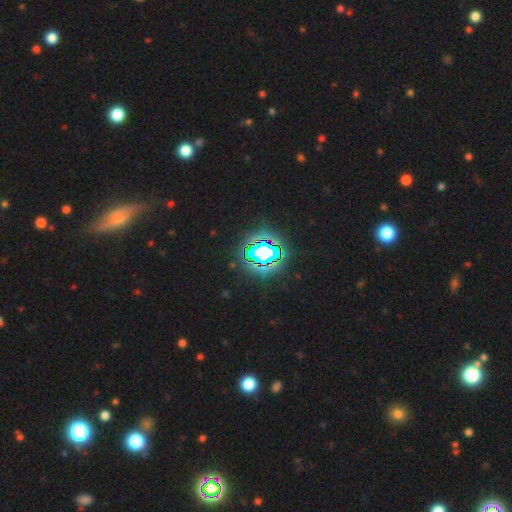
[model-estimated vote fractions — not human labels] The model was most divided on "smooth or featured": star or artifact: 78%, smooth: 14%, featured or disk: 8%.